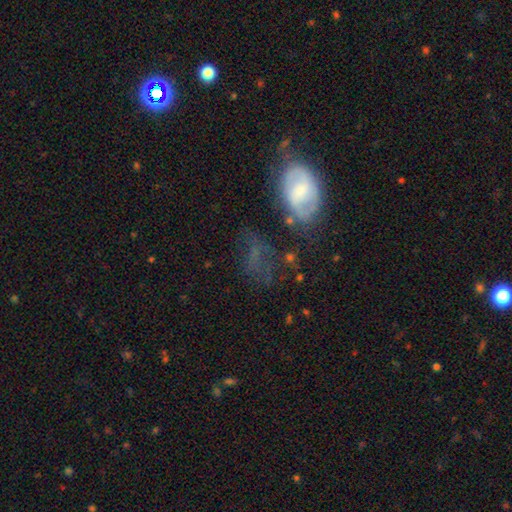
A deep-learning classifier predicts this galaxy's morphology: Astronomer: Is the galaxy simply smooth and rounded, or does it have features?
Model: featured or disk — 41% (runner-up: smooth, 39%).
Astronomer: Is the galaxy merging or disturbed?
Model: none — 47% (runner-up: minor disturbance, 23%).